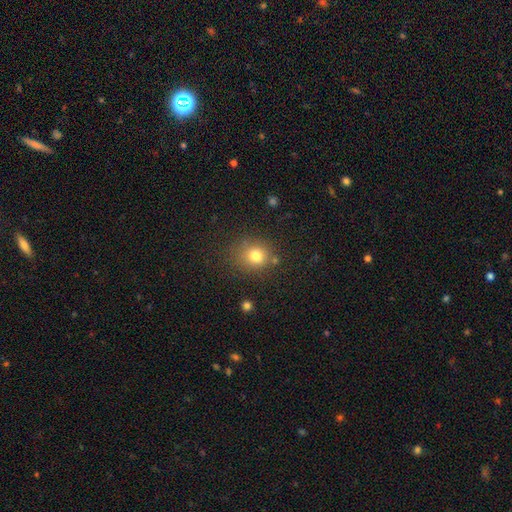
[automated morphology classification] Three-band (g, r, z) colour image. It shows a smooth galaxy with no disk features (78%) that is round (75%). Merging: none (73%).